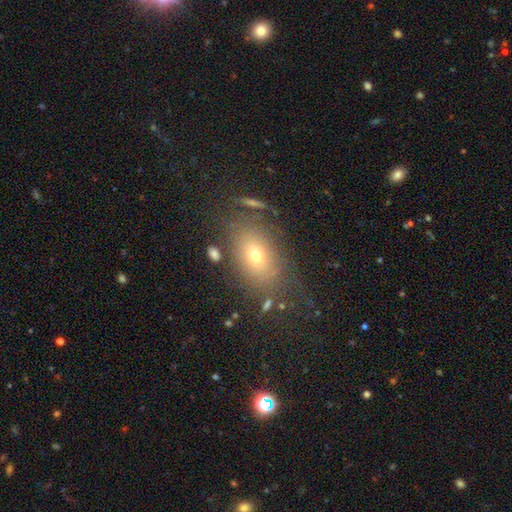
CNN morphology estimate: Smooth or featured? Predicted: smooth (p=0.65). How rounded? Predicted: in between (p=0.80). Merging? Predicted: none (p=0.74).